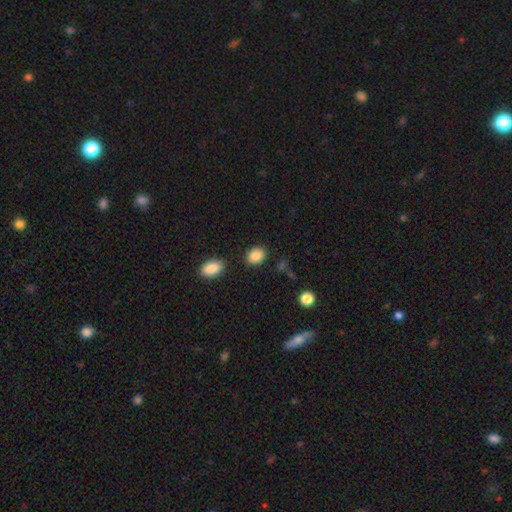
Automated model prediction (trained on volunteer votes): Smooth or featured? smooth (87%)
How rounded? in between (51%)
Merging? none (84%)